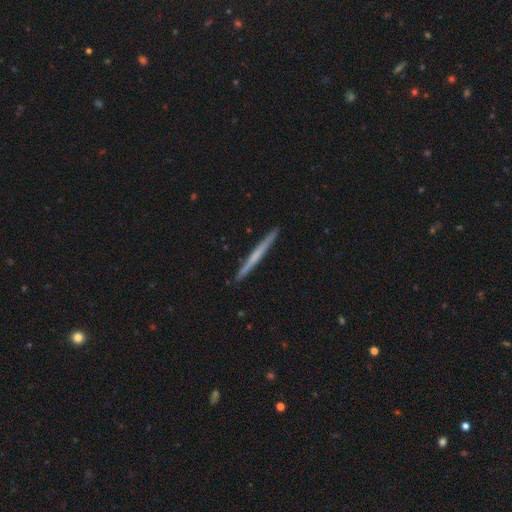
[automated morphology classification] A featured or disk galaxy (55%) viewed edge-on (98%) with no central bulge (78%). Merging: none (93%).